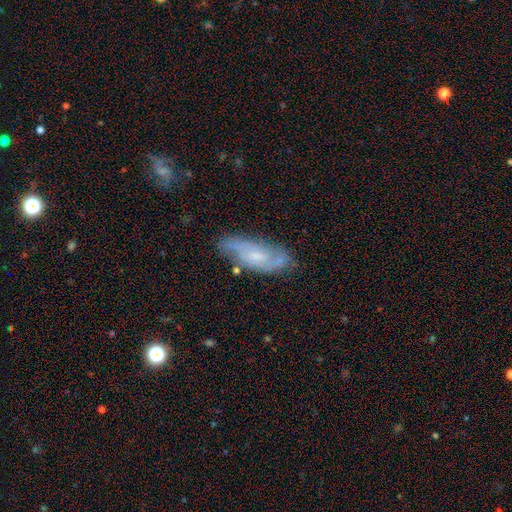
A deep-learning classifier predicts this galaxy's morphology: Q: Smooth or featured?
A: featured or disk (65%); runner-up: smooth (28%)
Q: Edge-on disk?
A: no (87%); runner-up: yes (13%)
Q: Bar?
A: no (53%); runner-up: weak (40%)
Q: Spiral arms?
A: yes (86%); runner-up: no (14%)
Q: Bulge size?
A: small (55%); runner-up: moderate (27%)
Q: Merging?
A: none (67%); runner-up: minor disturbance (23%)